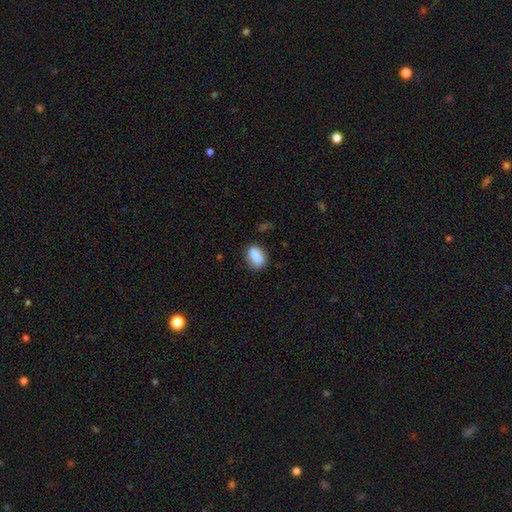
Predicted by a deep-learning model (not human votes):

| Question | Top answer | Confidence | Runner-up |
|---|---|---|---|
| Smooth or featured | smooth | 83% | featured or disk (9%) |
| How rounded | in between | 78% | round (15%) |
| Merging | none | 64% | minor disturbance (21%) |